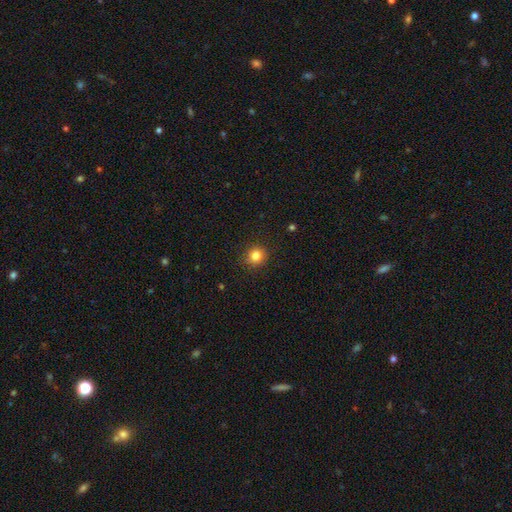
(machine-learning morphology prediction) Q: Smooth or featured?
A: smooth (83%); runner-up: star or artifact (12%)
Q: How rounded?
A: round (90%); runner-up: in between (9%)
Q: Merging?
A: none (90%); runner-up: minor disturbance (7%)